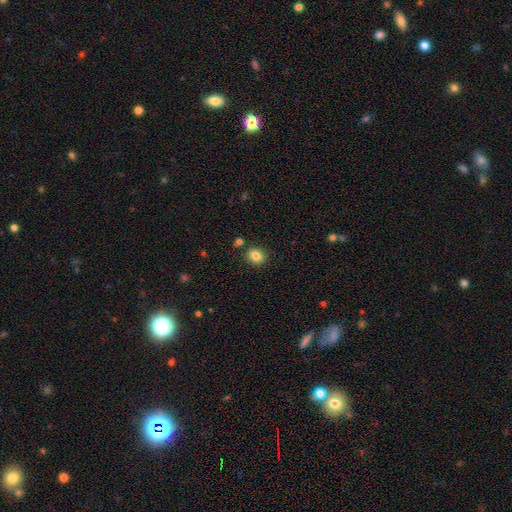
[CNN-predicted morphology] This is clearly a smooth galaxy (84%). How rounded: likely round (60%). Merging: clearly none (86%).